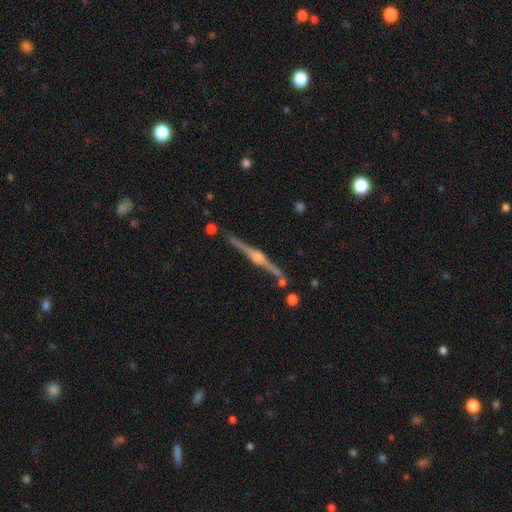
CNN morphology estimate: type=featured or disk (88%); edge-on=yes (98%); edge-on bulge=rounded (91%); merging=none (86%).